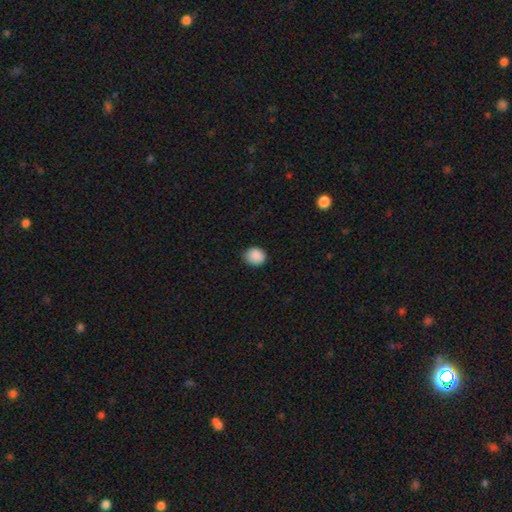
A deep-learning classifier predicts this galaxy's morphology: Q: Smooth or featured?
A: smooth (89%); runner-up: star or artifact (8%)
Q: How rounded?
A: round (67%); runner-up: in between (32%)
Q: Merging?
A: none (84%); runner-up: minor disturbance (12%)